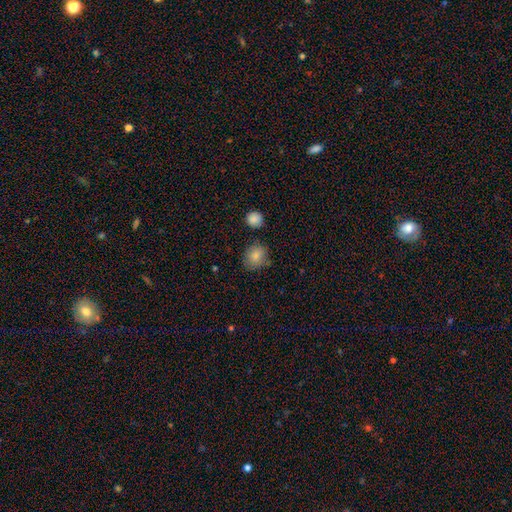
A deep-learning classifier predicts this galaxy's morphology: Smooth or featured? smooth (83%)
How rounded? round (70%)
Merging? none (75%)